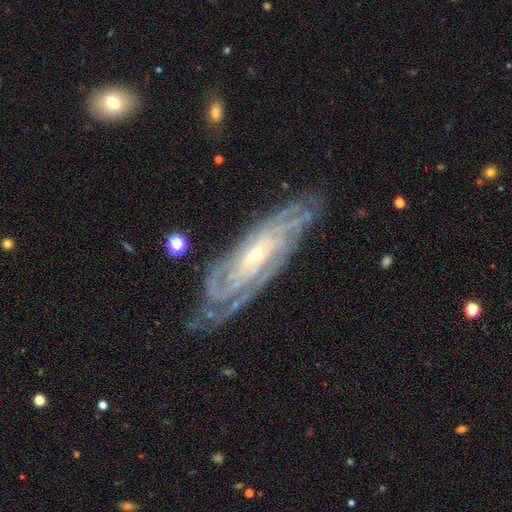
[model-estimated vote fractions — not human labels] Morphology: type=featured or disk (90%); edge-on=no (88%); bar=no (52%); spiral arms=yes (98%); winding=tight (79%); arm count=4 (26%); bulge=small (65%); merging=none (78%).